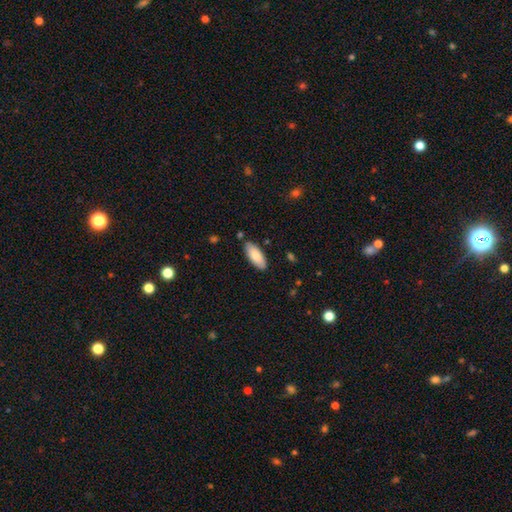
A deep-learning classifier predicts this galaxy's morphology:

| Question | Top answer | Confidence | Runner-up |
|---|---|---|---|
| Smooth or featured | smooth | 82% | featured or disk (13%) |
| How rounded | in between | 79% | cigar-shaped (19%) |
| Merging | none | 86% | minor disturbance (10%) |